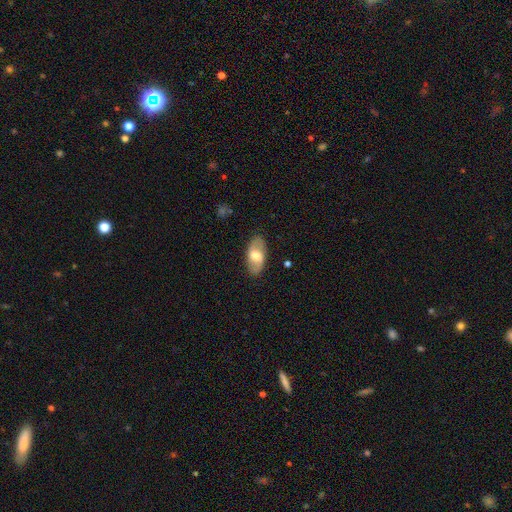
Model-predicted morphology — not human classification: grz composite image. It shows a smooth galaxy with no disk features (53%) that is in between round and cigar-shaped (92%). Merging: none (85%).